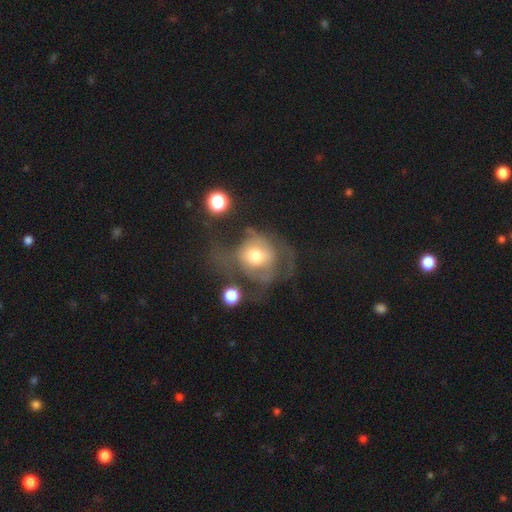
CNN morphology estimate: The model was most divided on "smooth or featured": smooth: 46%, featured or disk: 44%, star or artifact: 10%. Remaining: merging — major disturbance (49%).